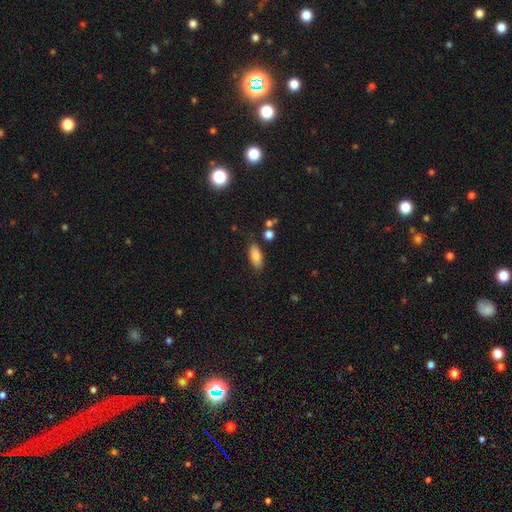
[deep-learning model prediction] Overall: smooth (84%). How rounded: in between (83%). Merging: none (80%).